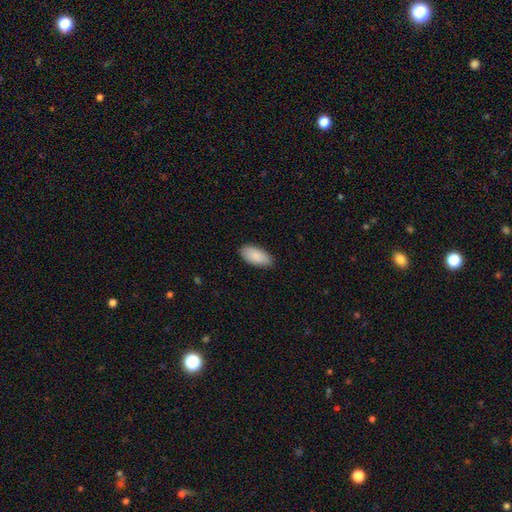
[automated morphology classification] The model was most divided on "merging": none: 86%, minor disturbance: 11%, major disturbance: 2%, merger: 1%. More confident: how rounded — in between (93%); smooth or featured — smooth (89%).